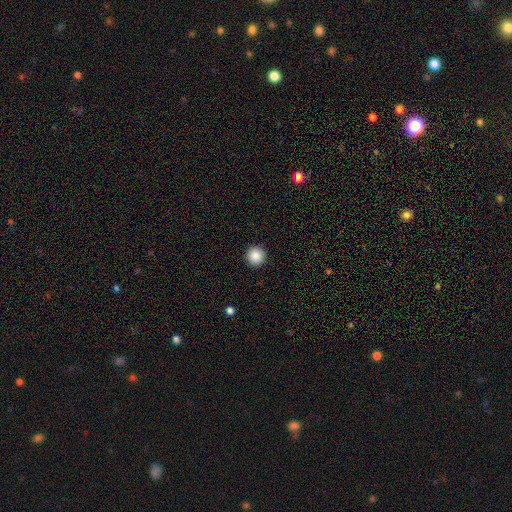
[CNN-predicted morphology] Smooth or featured? smooth (87%)
How rounded? round (96%)
Merging? none (93%)